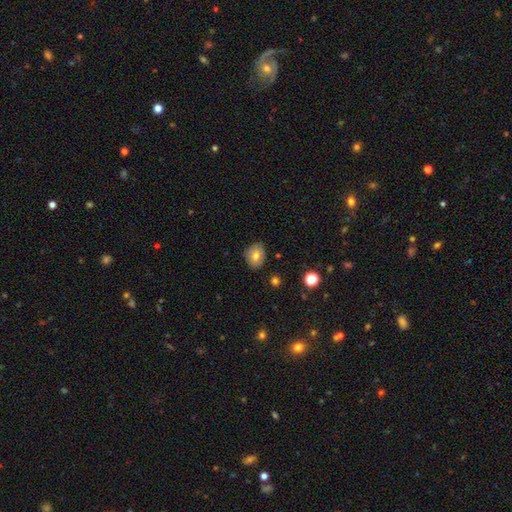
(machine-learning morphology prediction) A smooth galaxy with no disk features (75%) that is in between round and cigar-shaped (53%).

Vote fractions:
- Smooth or featured? smooth: 75% / featured or disk: 15% / star or artifact: 10%
- How rounded? in between: 53% / round: 46% / cigar-shaped: 1%
- Merging? none: 82% / minor disturbance: 14% / major disturbance: 3% / merger: 1%